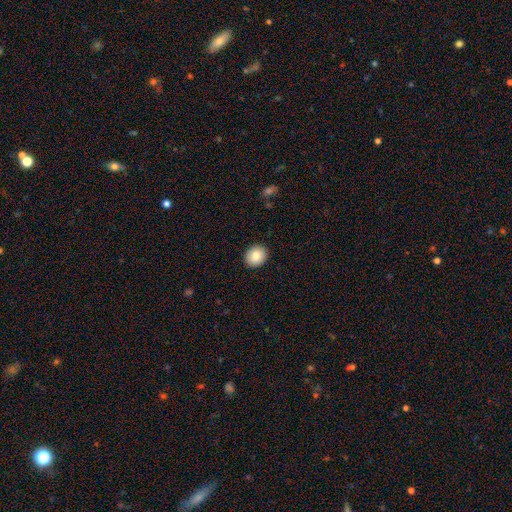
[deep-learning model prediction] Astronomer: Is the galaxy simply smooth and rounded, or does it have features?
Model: smooth — 82%.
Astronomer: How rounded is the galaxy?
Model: round — 74%.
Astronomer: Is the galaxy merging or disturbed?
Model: none — 92%.